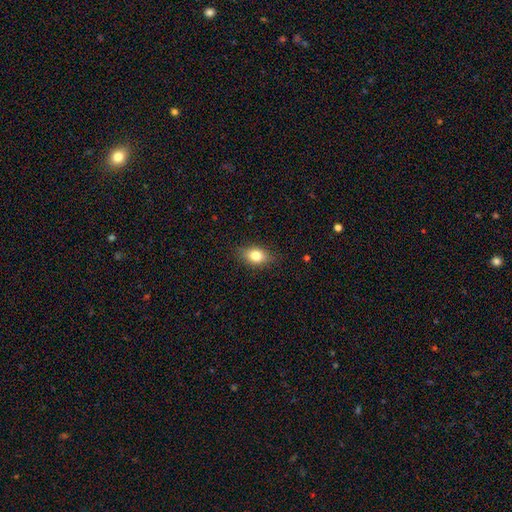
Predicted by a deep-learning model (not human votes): Smooth or featured?
  - smooth: 79% *
  - featured or disk: 12%
  - star or artifact: 9%
How rounded?
  - in between: 72% *
  - round: 25%
  - cigar-shaped: 3%
Merging?
  - none: 83% *
  - minor disturbance: 13%
  - major disturbance: 3%
  - merger: 1%